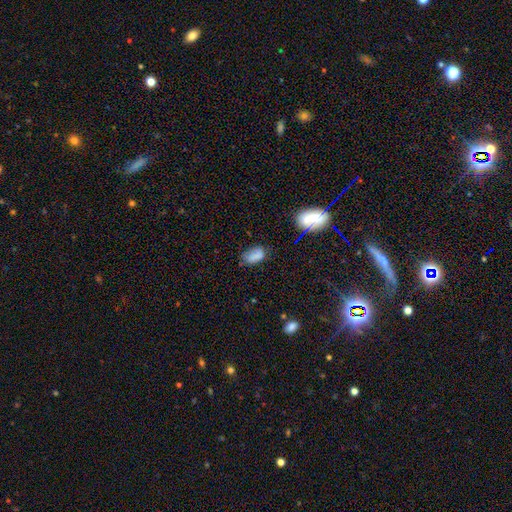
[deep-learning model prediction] The model was most divided on "merging": none: 55%, minor disturbance: 31%, major disturbance: 9%, merger: 5%. More confident: how rounded — in between (89%); smooth or featured — smooth (76%).